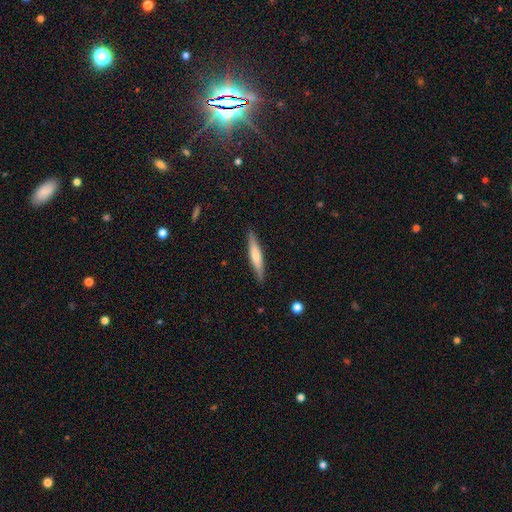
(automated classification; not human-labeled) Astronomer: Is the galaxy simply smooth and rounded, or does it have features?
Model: smooth — 52% (runner-up: featured or disk, 42%).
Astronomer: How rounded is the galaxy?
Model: cigar-shaped — 90%.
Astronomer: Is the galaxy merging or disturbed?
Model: none — 89%.